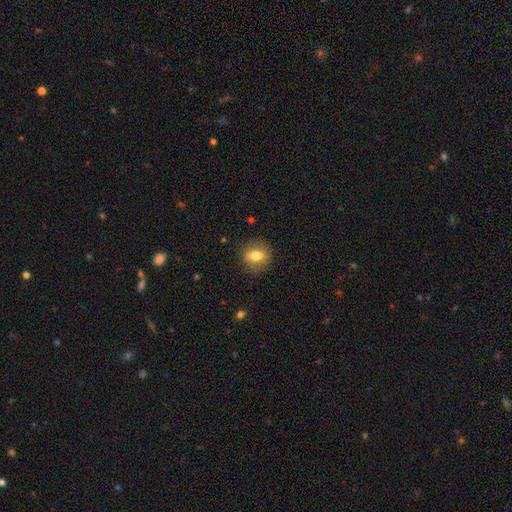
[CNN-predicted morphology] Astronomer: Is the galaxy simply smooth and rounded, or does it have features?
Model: smooth — 73%.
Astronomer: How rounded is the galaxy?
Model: round — 62%.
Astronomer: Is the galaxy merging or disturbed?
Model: none — 84%.